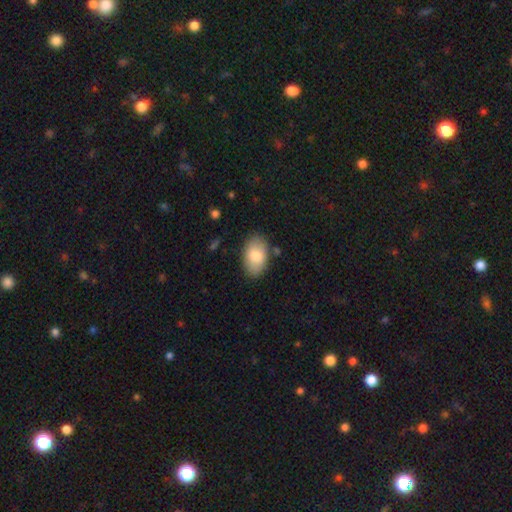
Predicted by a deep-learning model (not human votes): Smooth or featured: smooth — 80% (featured or disk — 14%)
How rounded: in between — 92% (round — 7%)
Merging: none — 82% (minor disturbance — 13%)